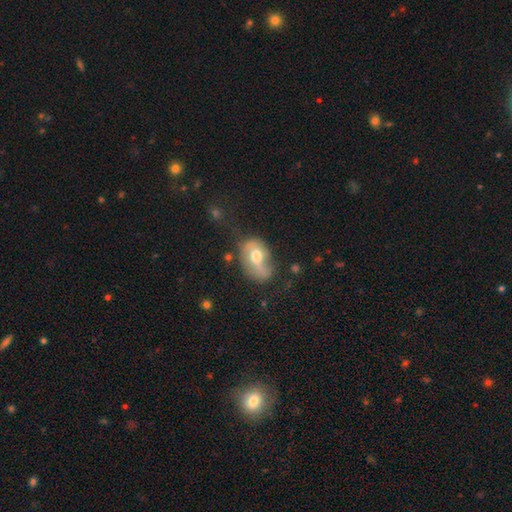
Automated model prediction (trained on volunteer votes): smooth-or-featured: smooth: 50% | featured or disk: 42% | star or artifact: 8%
  merging: none: 40% | minor disturbance: 32% | major disturbance: 22% | merger: 5%